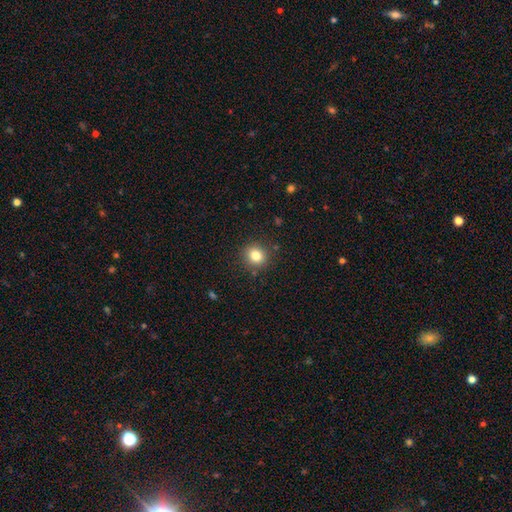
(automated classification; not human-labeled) A smooth galaxy with no disk features (82%) that is round (85%). Merging: none (88%).